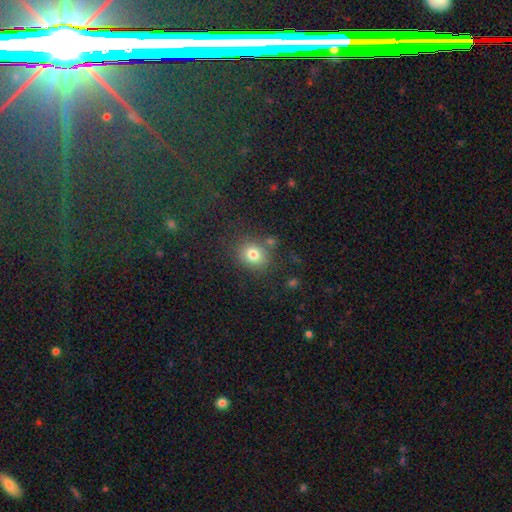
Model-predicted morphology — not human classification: A smooth galaxy with no disk features (77%) that is round (67%). Merging: none (79%).